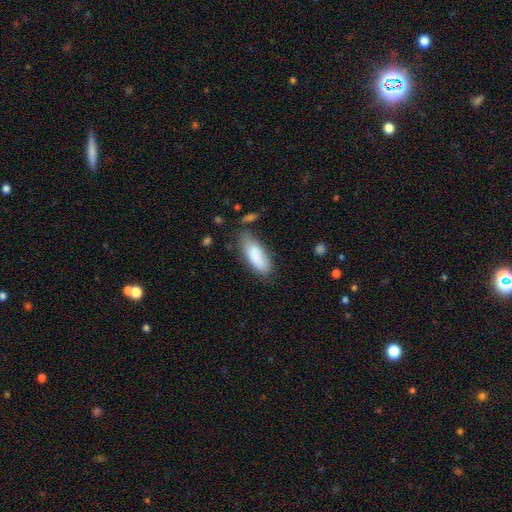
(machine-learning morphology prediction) smooth-or-featured: smooth: 84% | featured or disk: 10% | star or artifact: 6%
  how-rounded: in between: 77% | cigar-shaped: 21% | round: 2%
  merging: none: 65% | minor disturbance: 23% | major disturbance: 7% | merger: 5%